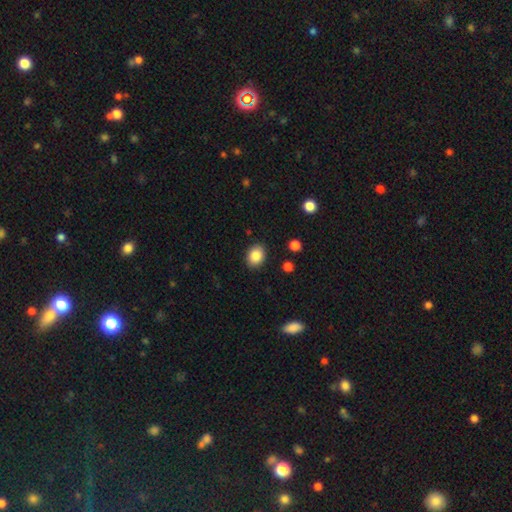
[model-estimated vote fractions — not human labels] Smooth or featured?
  - smooth: 86% *
  - star or artifact: 8%
  - featured or disk: 6%
How rounded?
  - in between: 59% *
  - round: 40%
  - cigar-shaped: 1%
Merging?
  - none: 89% *
  - minor disturbance: 8%
  - major disturbance: 2%
  - merger: 1%